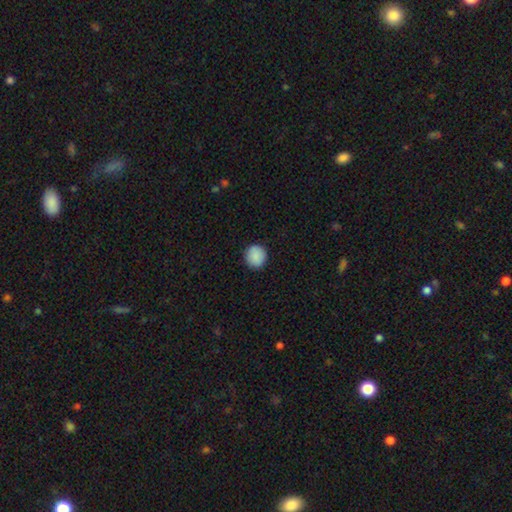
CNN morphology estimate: type=smooth (89%); roundness=round (90%); merging=none (91%).